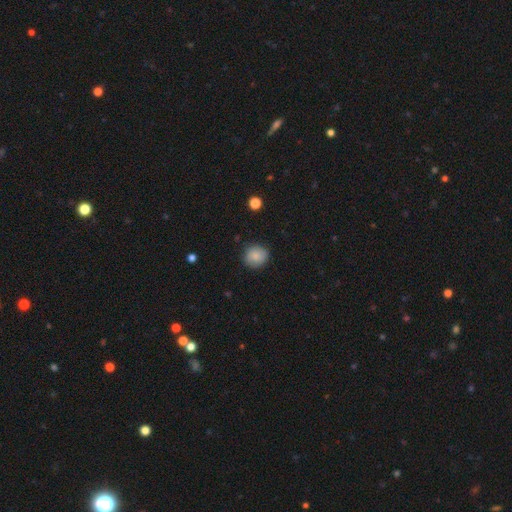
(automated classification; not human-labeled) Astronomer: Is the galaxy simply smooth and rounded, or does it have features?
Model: smooth — 85%.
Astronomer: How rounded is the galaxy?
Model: round — 87%.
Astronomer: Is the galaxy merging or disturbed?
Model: none — 86%.